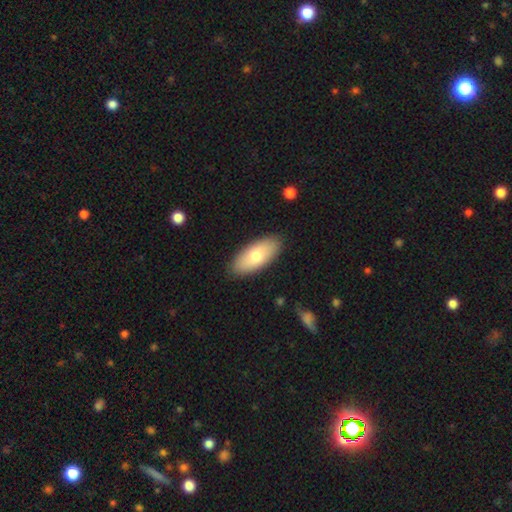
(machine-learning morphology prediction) Smooth or featured: smooth — 73% (featured or disk — 22%)
How rounded: in between — 89% (cigar-shaped — 9%)
Merging: none — 88% (minor disturbance — 9%)